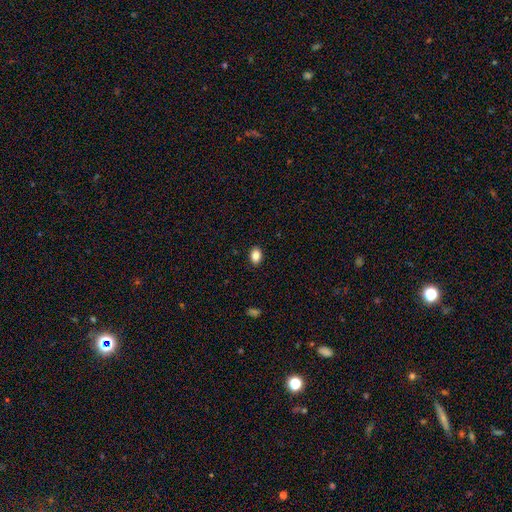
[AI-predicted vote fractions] smooth 87%, star or artifact 9%, featured or disk 4%. Down the decision tree: how rounded — in between (77%); merging — none (89%).